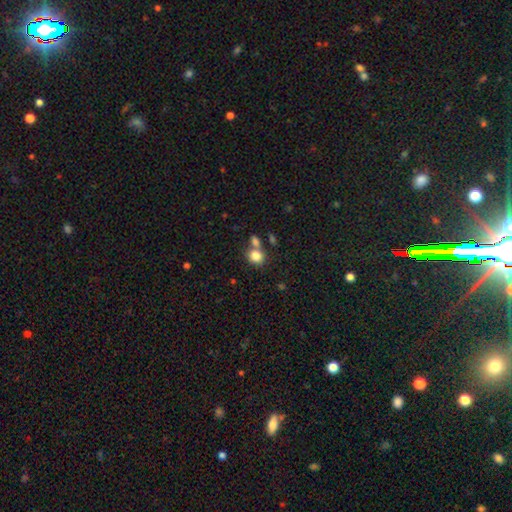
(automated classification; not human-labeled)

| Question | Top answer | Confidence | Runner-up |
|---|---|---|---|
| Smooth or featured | smooth | 83% | star or artifact (10%) |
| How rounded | round | 70% | in between (29%) |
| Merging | none | 55% | merger (31%) |